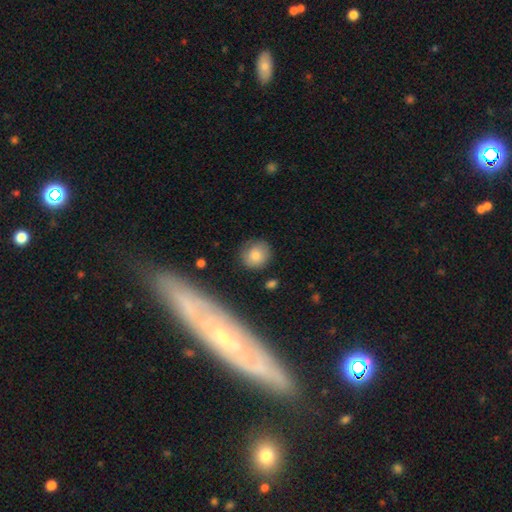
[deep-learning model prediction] Q: Smooth or featured?
A: smooth (80%); runner-up: featured or disk (10%)
Q: How rounded?
A: round (84%); runner-up: in between (15%)
Q: Merging?
A: none (81%); runner-up: minor disturbance (13%)